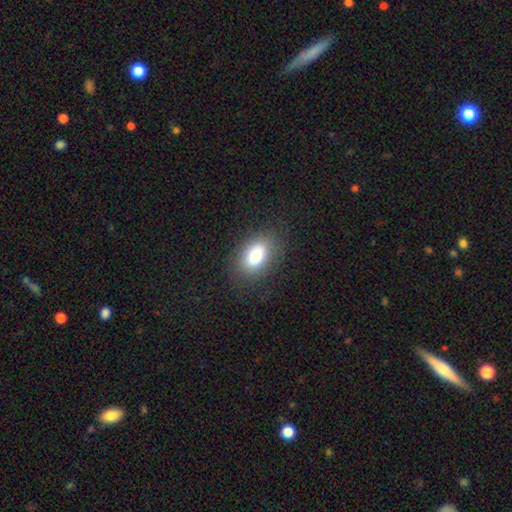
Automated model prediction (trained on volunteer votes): Smooth or featured? smooth (78%)
How rounded? in between (84%)
Merging? none (84%)